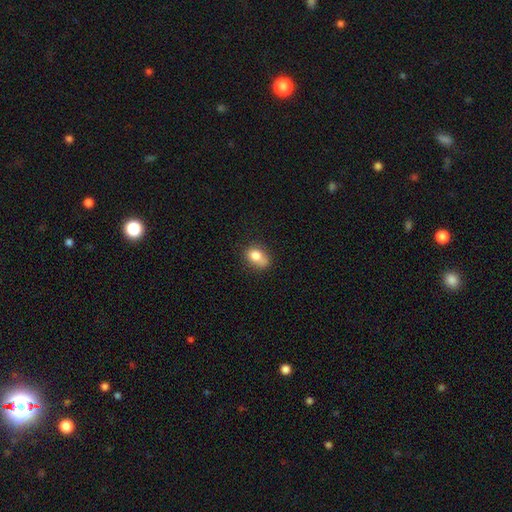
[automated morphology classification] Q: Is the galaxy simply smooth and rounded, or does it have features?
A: smooth — 79%.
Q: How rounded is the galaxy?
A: in between — 67%.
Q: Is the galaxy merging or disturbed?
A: none — 50%.